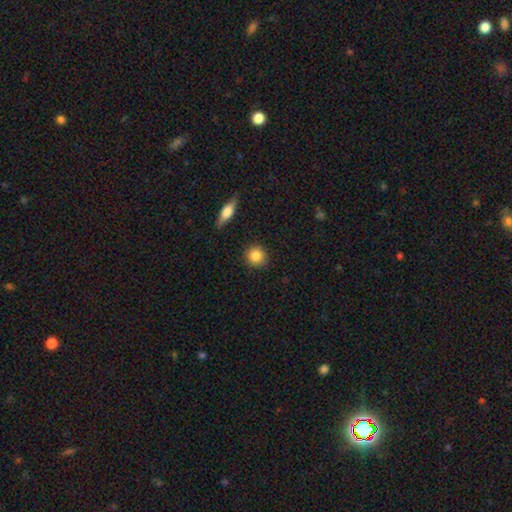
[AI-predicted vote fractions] Smooth or featured? Predicted: smooth (p=0.86). How rounded? Predicted: round (p=0.89). Merging? Predicted: none (p=0.89).